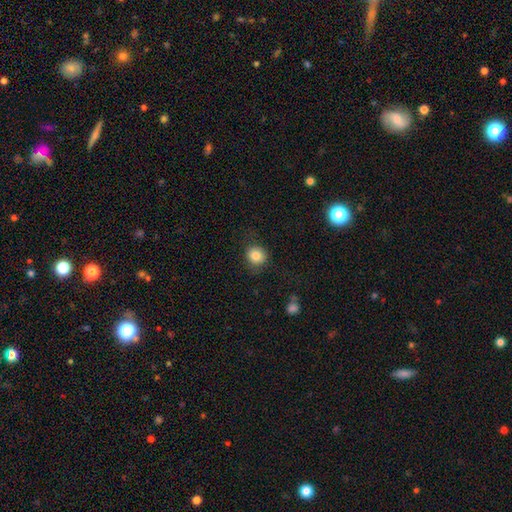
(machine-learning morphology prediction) This appears to be a smooth galaxy with no disk features (84%) that is round (85%). Merging: none (82%).